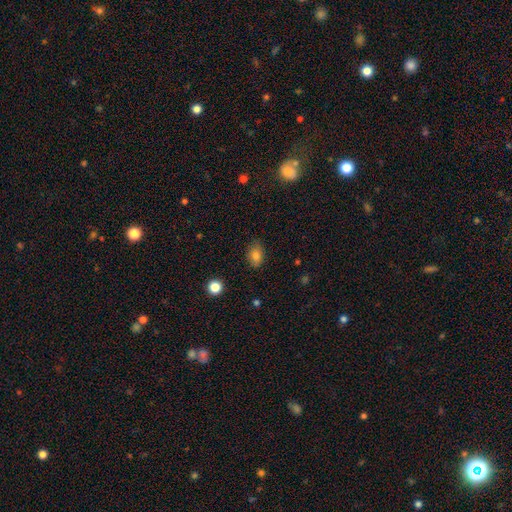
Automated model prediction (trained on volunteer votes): Morphology: type=smooth (81%); roundness=in between (79%); merging=none (78%).